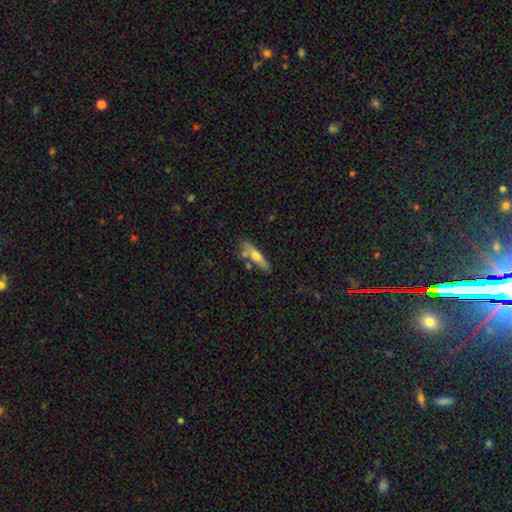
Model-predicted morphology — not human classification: smooth_or_featured: smooth (p=0.55) [alt: featured or disk p=0.39]
how_rounded: cigar-shaped (p=0.72) [alt: in between p=0.25]
merging: none (p=0.60) [alt: minor disturbance p=0.19]